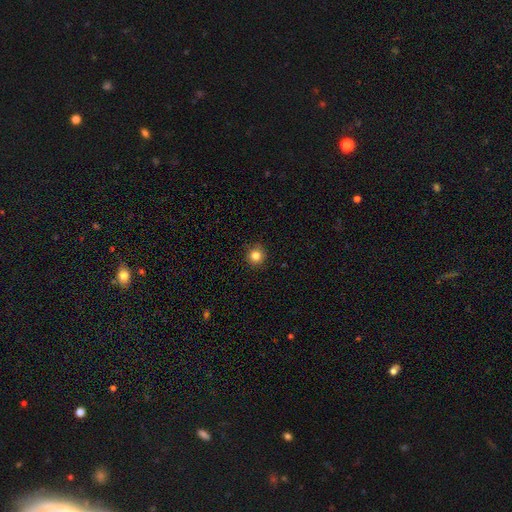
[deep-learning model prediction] This appears to be a smooth galaxy with no disk features (83%) that is round (93%). Merging: none (89%).